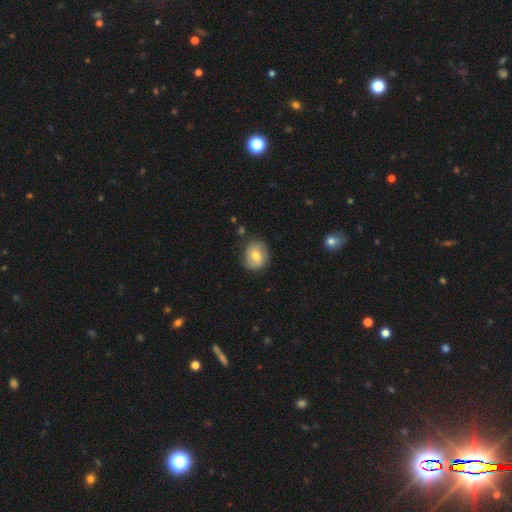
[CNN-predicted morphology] The model was most divided on "how rounded": round: 65%, in between: 34%, cigar-shaped: 1%. More confident: merging — none (75%); smooth or featured — smooth (64%).